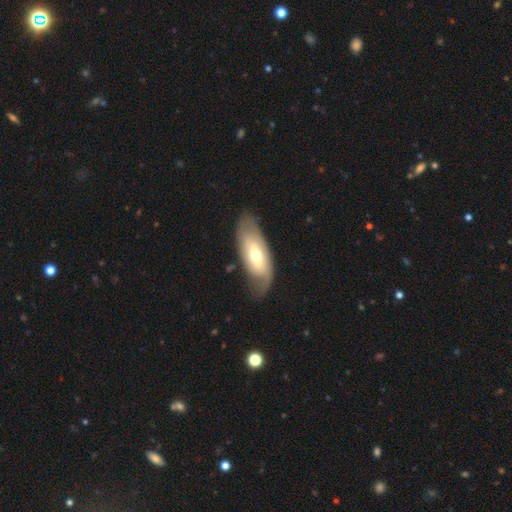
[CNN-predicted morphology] The model was most divided on "smooth or featured": featured or disk: 56%, smooth: 38%, star or artifact: 6%. More confident: edge-on disk — no (83%); merging — none (65%).